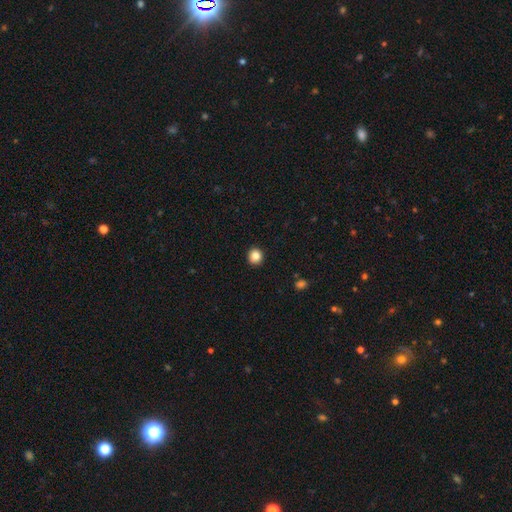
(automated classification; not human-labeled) Smooth or featured? smooth (85%)
How rounded? round (89%)
Merging? none (92%)